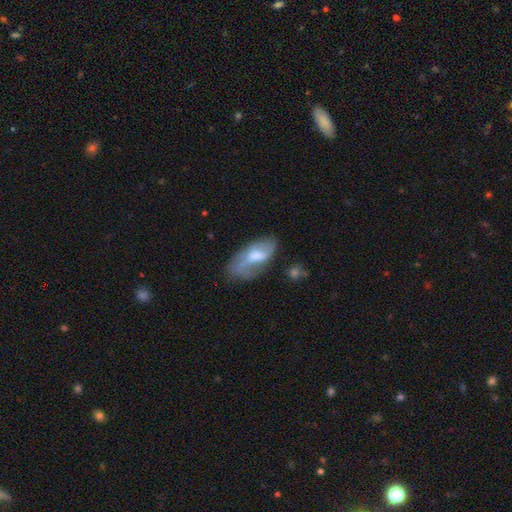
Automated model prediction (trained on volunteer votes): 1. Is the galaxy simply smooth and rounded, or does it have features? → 48% featured or disk, 44% smooth, 8% star or artifact.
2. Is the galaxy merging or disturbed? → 49% none, 30% minor disturbance, 17% major disturbance, 4% merger.